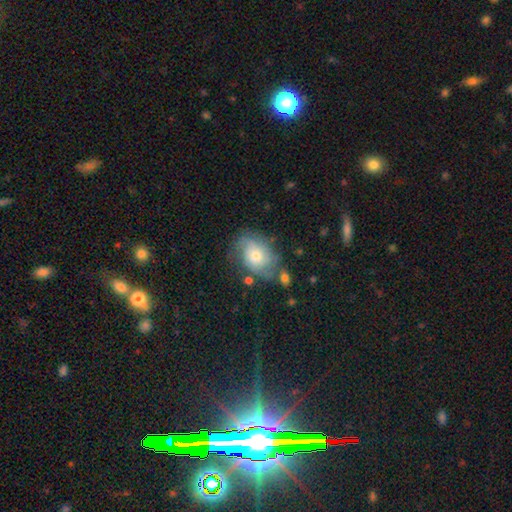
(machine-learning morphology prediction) smooth-or-featured: smooth: 46% | featured or disk: 45% | star or artifact: 9%
  merging: none: 55% | minor disturbance: 26% | major disturbance: 12% | merger: 6%